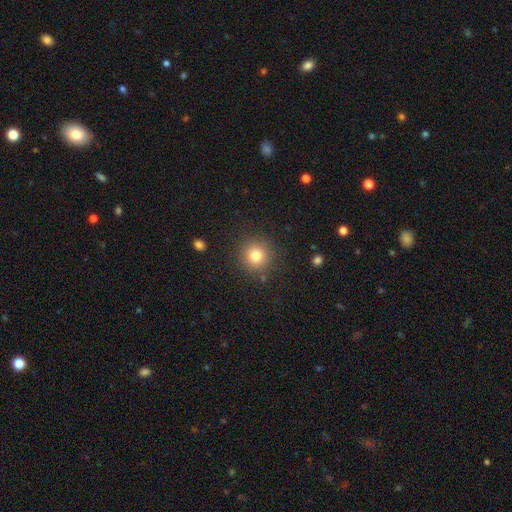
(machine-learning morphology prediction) smooth-or-featured: smooth: 79% | star or artifact: 13% | featured or disk: 8%
  how-rounded: round: 95% | in between: 4% | cigar-shaped: 1%
  merging: none: 88% | minor disturbance: 7% | major disturbance: 3% | merger: 2%